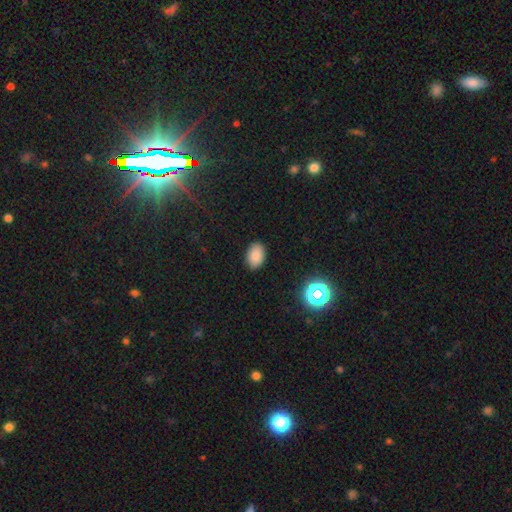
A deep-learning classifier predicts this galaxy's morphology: type=smooth (85%); roundness=in between (87%); merging=none (88%).